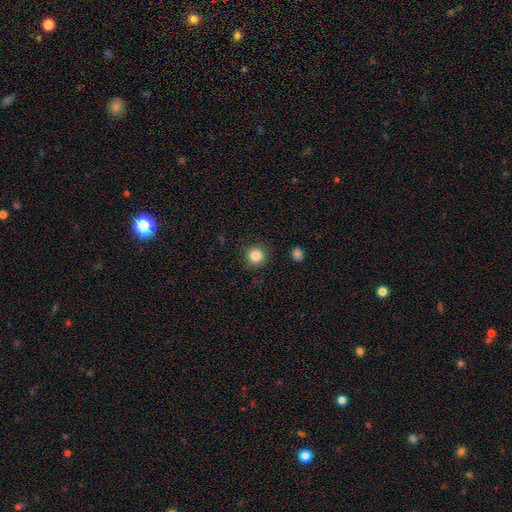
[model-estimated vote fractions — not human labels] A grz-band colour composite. It shows a smooth galaxy with no disk features (85%) that is round (94%). Merging: none (90%).